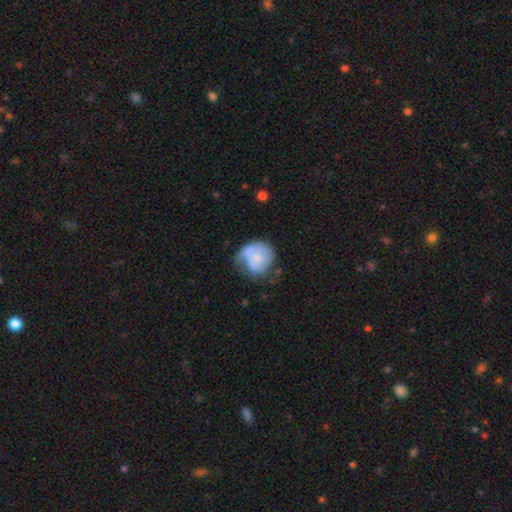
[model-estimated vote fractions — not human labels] Overall: smooth (48%; featured or disk 45%). Merging: none (40%; minor disturbance 31%).